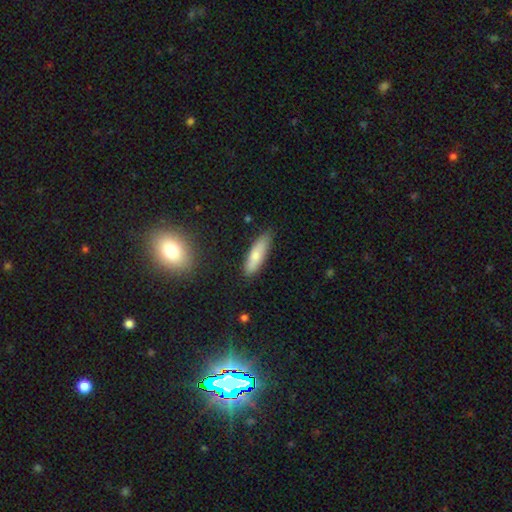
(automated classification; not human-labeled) smooth_or_featured: smooth (p=0.75) [alt: featured or disk p=0.19]
how_rounded: cigar-shaped (p=0.53) [alt: in between p=0.45]
merging: none (p=0.82) [alt: minor disturbance p=0.14]